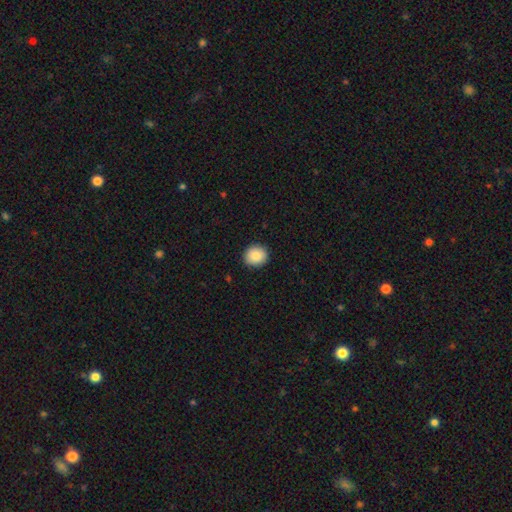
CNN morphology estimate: Overall: smooth (87%). How rounded: round (83%). Merging: none (91%).